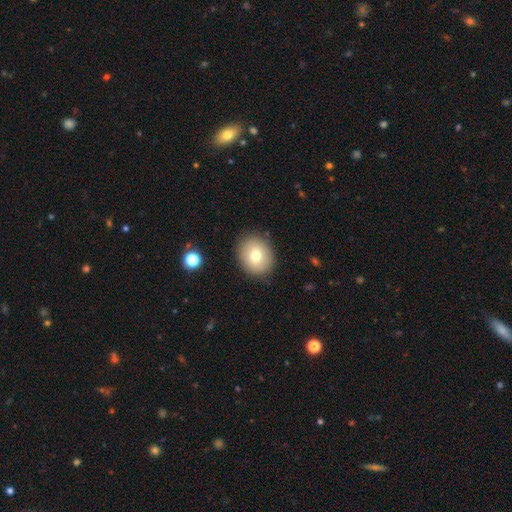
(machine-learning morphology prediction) Overall: smooth (74%). How rounded: round (74%). Merging: none (88%).